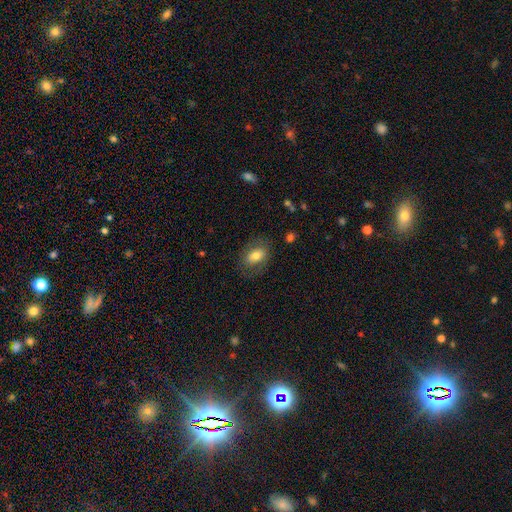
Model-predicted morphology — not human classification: The model was most divided on "smooth or featured": smooth: 71%, featured or disk: 21%, star or artifact: 8%. More confident: how rounded — in between (84%); merging — none (76%).